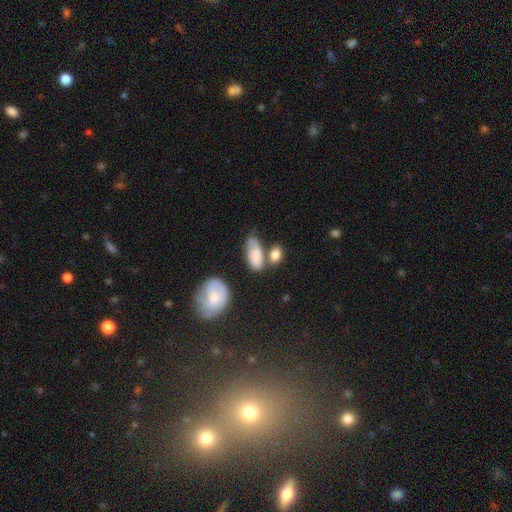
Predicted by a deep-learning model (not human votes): smooth 79%, featured or disk 14%, star or artifact 7%. Down the decision tree: how rounded — in between (87%); merging — none (42%).